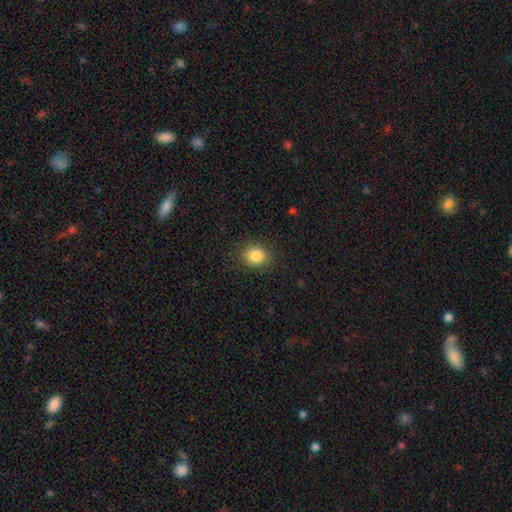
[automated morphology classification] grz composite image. It shows a smooth galaxy with no disk features (85%) that is round (66%). Merging: none (87%).